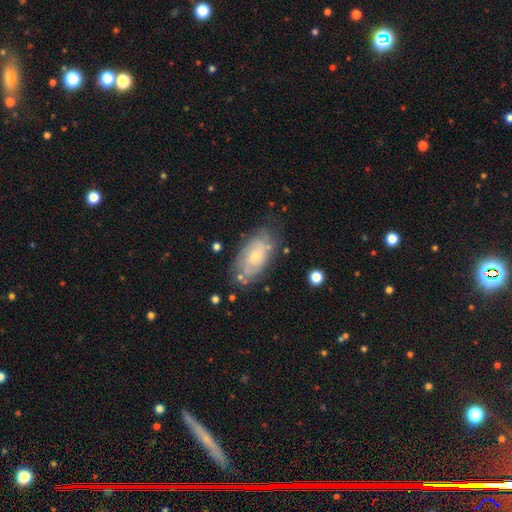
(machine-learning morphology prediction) A featured or disk galaxy (60%) with no bar (78%), spiral arms (71%) and a small central bulge (64%). Merging: none (64%).